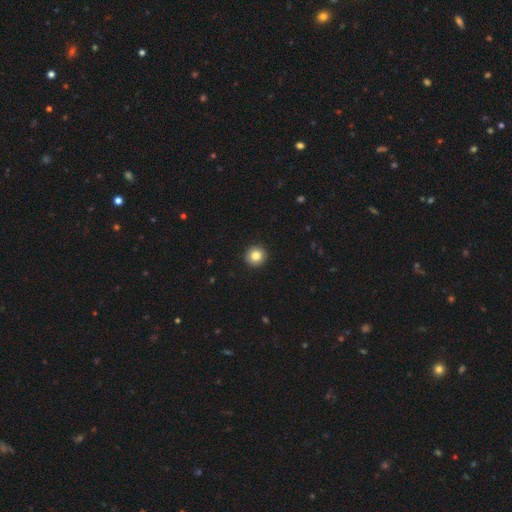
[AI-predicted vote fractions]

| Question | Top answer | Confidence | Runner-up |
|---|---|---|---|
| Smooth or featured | smooth | 85% | star or artifact (9%) |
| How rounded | round | 95% | in between (4%) |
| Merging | none | 94% | minor disturbance (4%) |